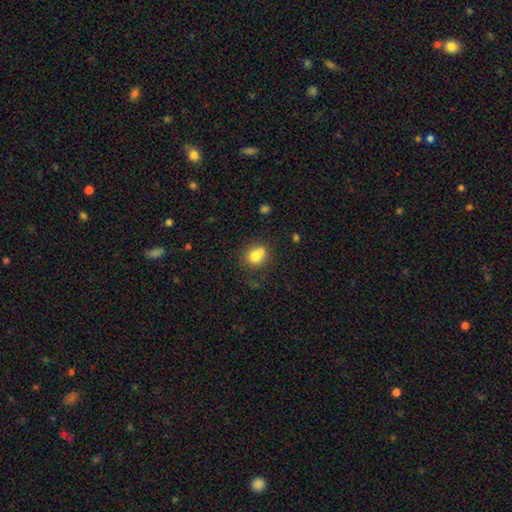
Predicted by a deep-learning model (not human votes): smooth-or-featured: smooth: 74% | featured or disk: 15% | star or artifact: 11%
  how-rounded: round: 74% | in between: 25% | cigar-shaped: 1%
  merging: none: 44% | merger: 36% | minor disturbance: 14% | major disturbance: 6%